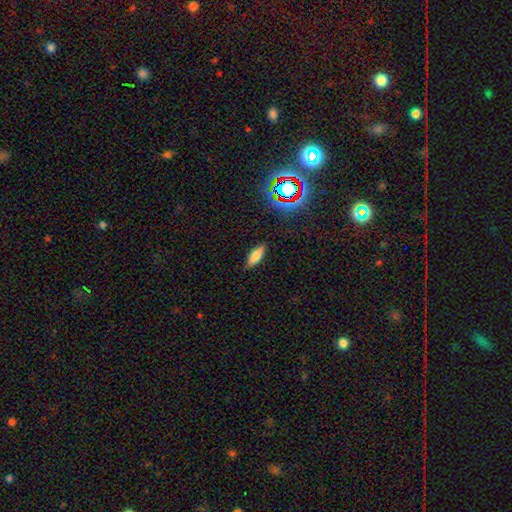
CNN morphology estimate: A smooth galaxy with no disk features (70%) that is in between round and cigar-shaped (60%). Merging: none (86%).